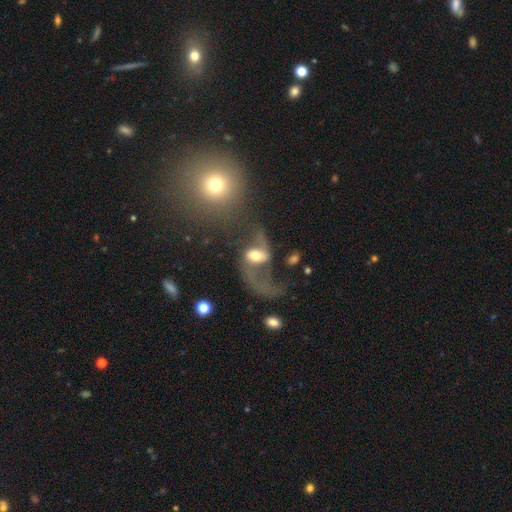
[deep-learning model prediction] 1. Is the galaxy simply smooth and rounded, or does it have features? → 74% featured or disk, 17% smooth, 9% star or artifact.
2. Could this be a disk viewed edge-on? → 95% no, 5% yes.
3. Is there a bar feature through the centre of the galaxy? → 41% weak, 35% no, 24% strong.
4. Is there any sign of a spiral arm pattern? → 85% yes, 15% no.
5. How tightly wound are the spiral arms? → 85% loose, 12% medium, 3% tight.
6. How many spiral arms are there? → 80% 2, 14% 1, 3% can't tell, 1% 3, 1% 4, 1% more than 4.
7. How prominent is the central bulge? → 54% moderate, 25% large, 14% small, 4% dominant, 3% none.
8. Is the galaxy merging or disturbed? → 41% major disturbance, 30% none, 17% merger, 12% minor disturbance.